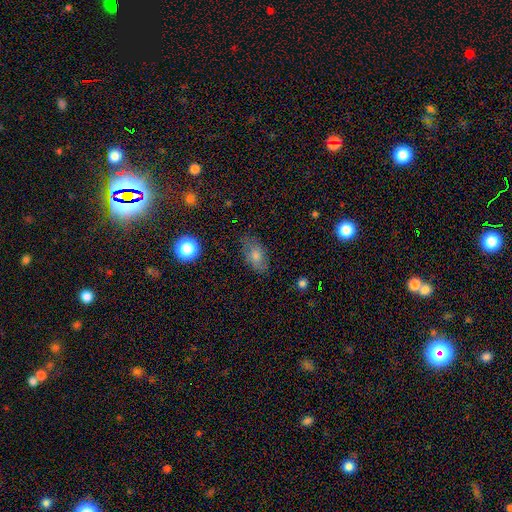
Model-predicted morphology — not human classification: smooth 65%, featured or disk 23%, star or artifact 12%. Down the decision tree: how rounded — in between (86%); merging — none (76%).